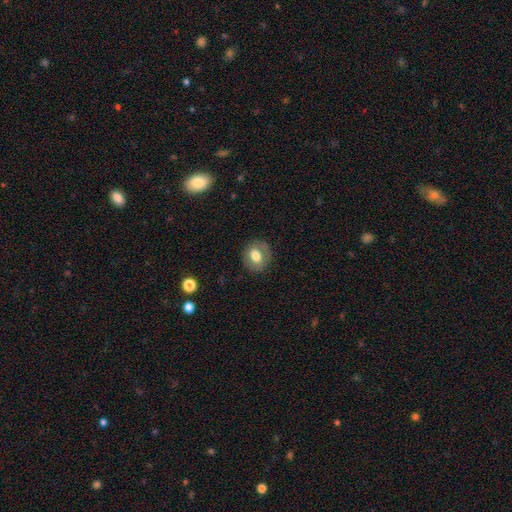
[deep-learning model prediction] This appears to be a smooth galaxy with no disk features (67%) that is round (63%). Merging: none (83%).